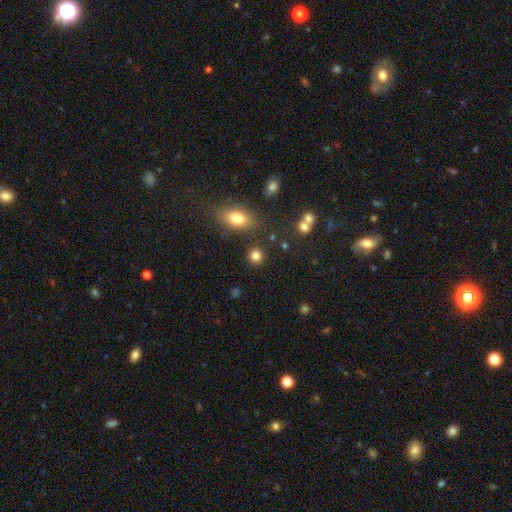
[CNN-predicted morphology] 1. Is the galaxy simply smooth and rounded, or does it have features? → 83% smooth, 12% star or artifact, 5% featured or disk.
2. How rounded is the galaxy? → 89% round, 10% in between, 1% cigar-shaped.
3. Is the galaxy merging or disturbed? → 86% none, 7% minor disturbance, 4% merger, 3% major disturbance.